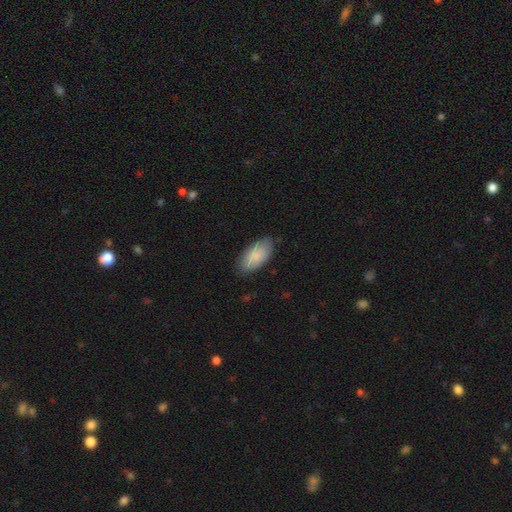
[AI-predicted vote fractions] smooth_or_featured: smooth (p=0.85) [alt: featured or disk p=0.09]
how_rounded: in between (p=0.94) [alt: cigar-shaped p=0.04]
merging: none (p=0.80) [alt: minor disturbance p=0.16]